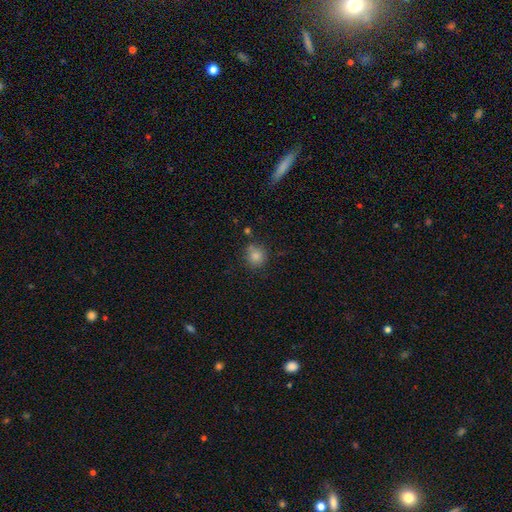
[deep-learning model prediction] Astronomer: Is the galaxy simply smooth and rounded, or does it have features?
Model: smooth — 83%.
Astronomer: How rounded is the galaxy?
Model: round — 86%.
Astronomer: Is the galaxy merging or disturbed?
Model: none — 74%.